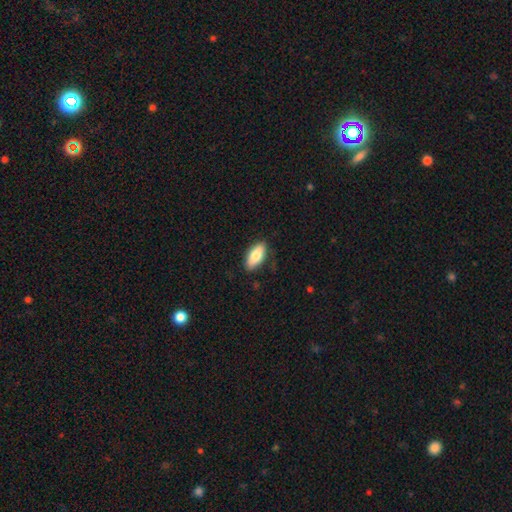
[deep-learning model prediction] The model was most divided on "smooth or featured": smooth: 78%, featured or disk: 16%, star or artifact: 6%. More confident: how rounded — in between (84%); merging — none (82%).